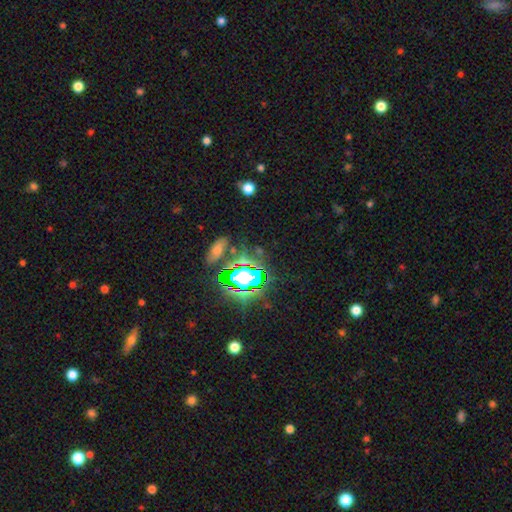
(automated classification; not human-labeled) star or artifact 76%, smooth 13%, featured or disk 10%.